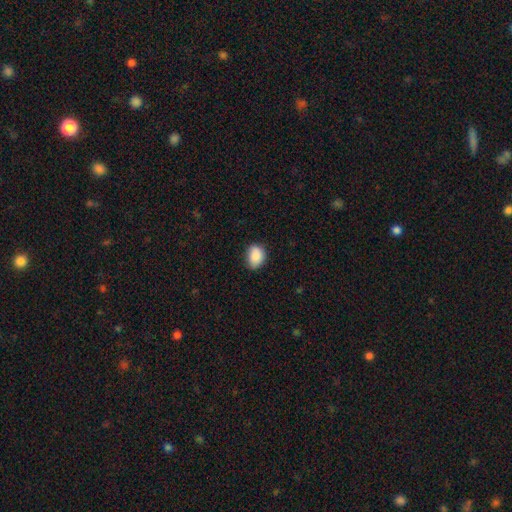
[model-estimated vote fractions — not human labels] Overall: smooth (87%). How rounded: in between (61%; round 38%). Merging: none (75%).